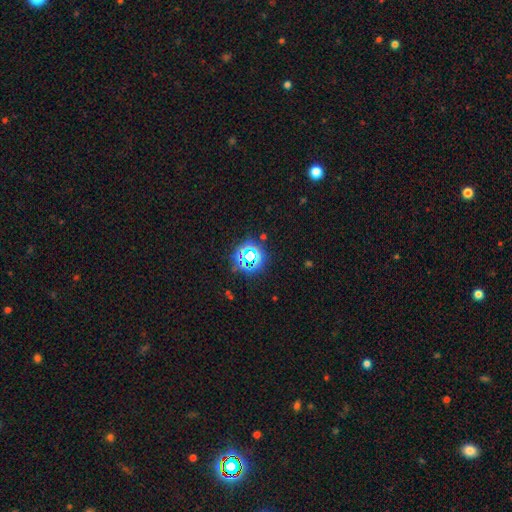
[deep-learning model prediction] smooth-or-featured: star or artifact: 69% | smooth: 21% | featured or disk: 11%